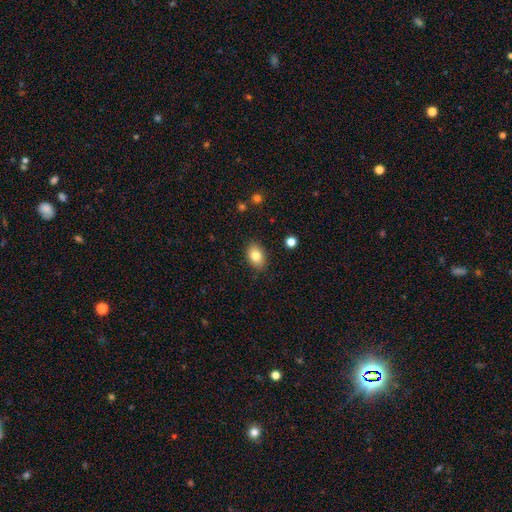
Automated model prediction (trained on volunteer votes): Smooth or featured: smooth — 81% (featured or disk — 10%)
How rounded: in between — 82% (round — 17%)
Merging: none — 86% (minor disturbance — 10%)